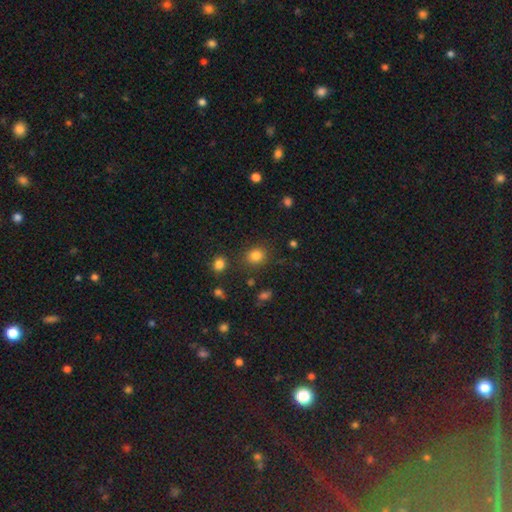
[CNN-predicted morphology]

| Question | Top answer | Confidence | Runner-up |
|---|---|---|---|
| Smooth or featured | smooth | 82% | star or artifact (13%) |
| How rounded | round | 71% | in between (28%) |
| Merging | none | 83% | minor disturbance (10%) |